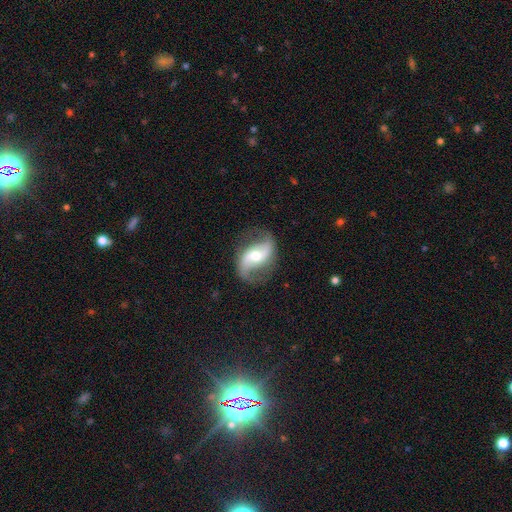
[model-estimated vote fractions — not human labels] A featured or disk galaxy (85%) with no bar (37%), 2 (92%) loose (71%) spiral arms (94%) and a moderate central bulge (60%).

Vote fractions:
- Smooth or featured? featured or disk: 85% / smooth: 10% / star or artifact: 5%
- Edge-on disk? no: 96% / yes: 4%
- Bar? no: 37% / weak: 34% / strong: 28%
- Spiral arms? yes: 94% / no: 6%
- Spiral winding? loose: 71% / medium: 23% / tight: 6%
- Spiral arm count? 2: 92% / 1: 2% / can't tell: 2% / 3: 1% / 4: 1% / more than 4: 1%
- Bulge size? moderate: 60% / small: 32% / large: 5% / dominant: 1% / none: 1%
- Merging? none: 77% / minor disturbance: 15% / major disturbance: 7% / merger: 1%